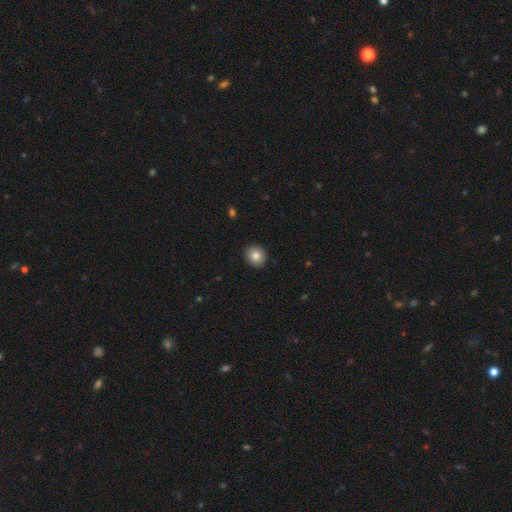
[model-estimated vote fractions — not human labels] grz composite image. It shows a smooth galaxy with no disk features (83%) that is round (83%). Merging: none (91%).